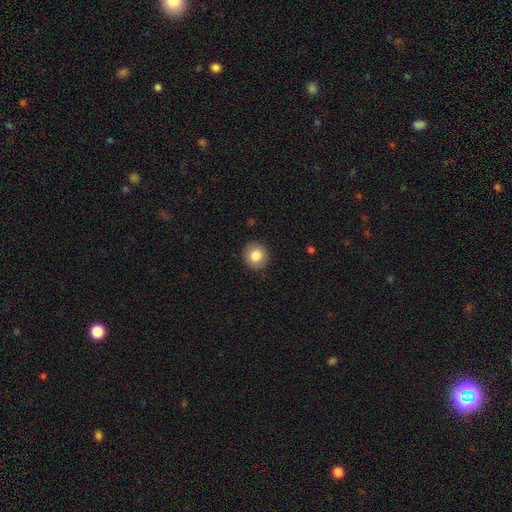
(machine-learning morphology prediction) A smooth galaxy with no disk features (83%) that is round (89%). Merging: none (91%).